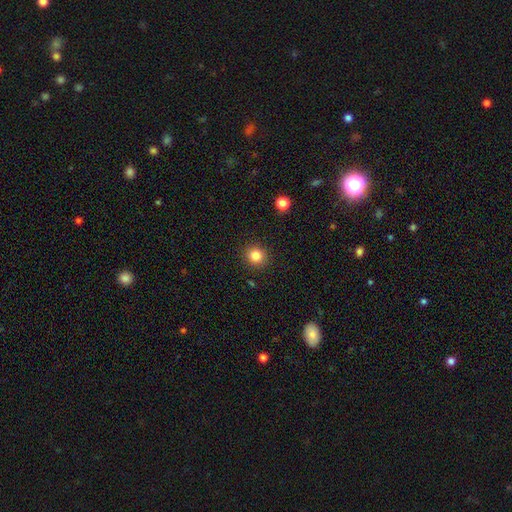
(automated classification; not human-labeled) The model was most divided on "smooth or featured": smooth: 84%, star or artifact: 11%, featured or disk: 5%. More confident: merging — none (91%); how rounded — round (90%).